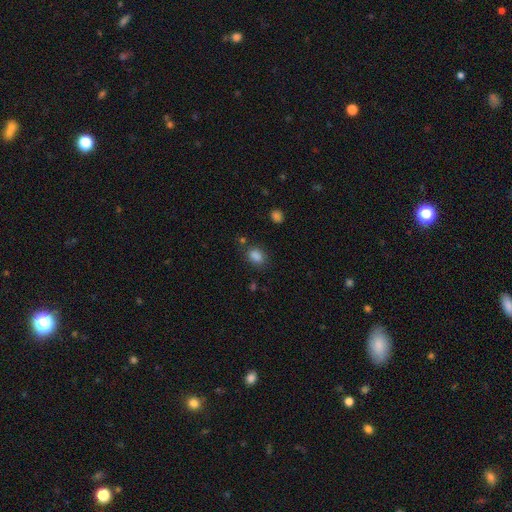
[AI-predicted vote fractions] This appears to be a smooth galaxy with no disk features (84%) that is in between round and cigar-shaped (72%). Merging: none (75%).